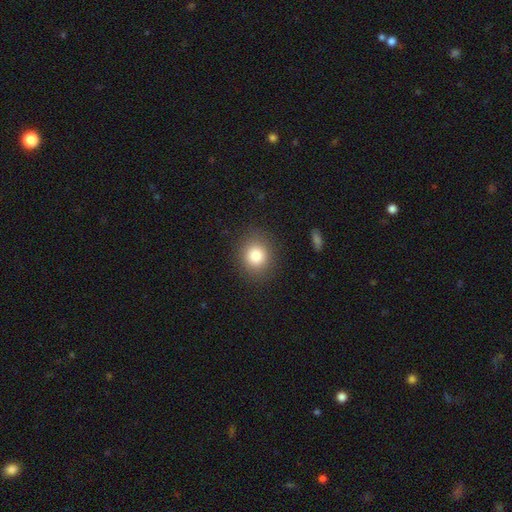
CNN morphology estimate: Smooth or featured: smooth — 83% (star or artifact — 10%)
How rounded: round — 73% (in between — 26%)
Merging: none — 87% (minor disturbance — 9%)